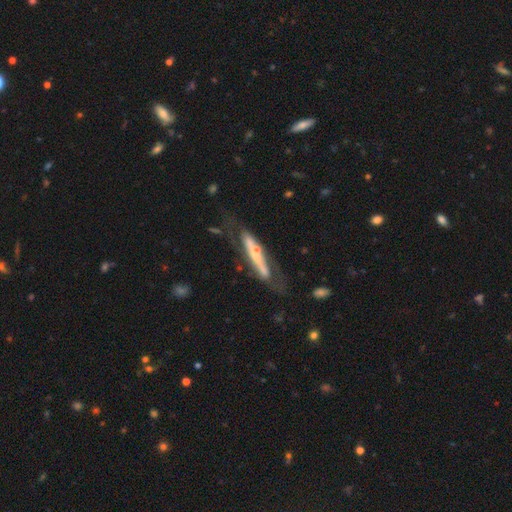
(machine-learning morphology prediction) The model was most divided on "edge-on disk": yes: 59%, no: 41%. Remaining: smooth or featured — featured or disk (67%); merging — none (46%).